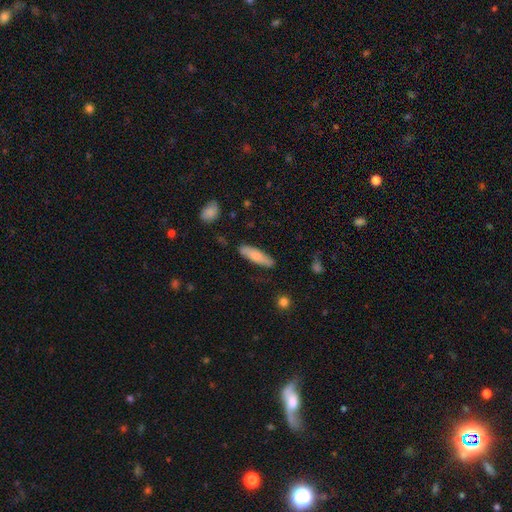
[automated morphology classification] Smooth or featured: smooth — 73% (featured or disk — 21%)
How rounded: cigar-shaped — 61% (in between — 37%)
Merging: none — 83% (minor disturbance — 13%)